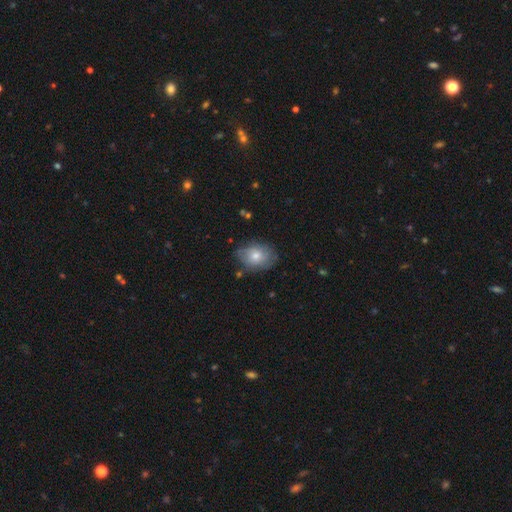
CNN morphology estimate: smooth_or_featured: smooth (p=0.64) [alt: featured or disk p=0.27]
how_rounded: in between (p=0.64) [alt: round p=0.35]
merging: none (p=0.71) [alt: minor disturbance p=0.22]